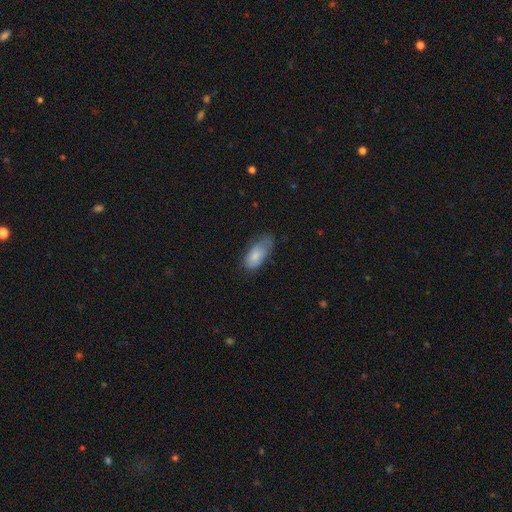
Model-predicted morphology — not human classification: Q: Smooth or featured?
A: smooth (80%); runner-up: featured or disk (14%)
Q: How rounded?
A: in between (88%); runner-up: cigar-shaped (9%)
Q: Merging?
A: none (46%); runner-up: minor disturbance (38%)